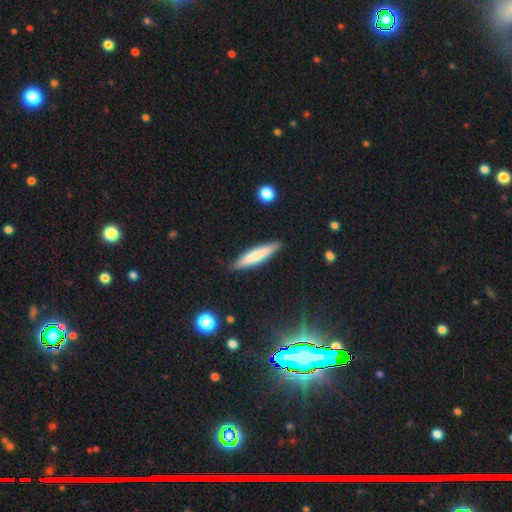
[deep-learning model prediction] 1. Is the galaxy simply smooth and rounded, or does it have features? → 69% smooth, 25% featured or disk, 6% star or artifact.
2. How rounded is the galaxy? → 85% cigar-shaped, 13% in between, 1% round.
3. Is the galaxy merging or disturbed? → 88% none, 9% minor disturbance, 2% major disturbance, 1% merger.